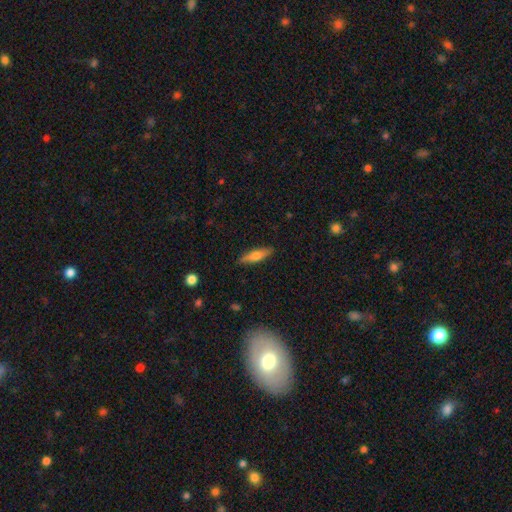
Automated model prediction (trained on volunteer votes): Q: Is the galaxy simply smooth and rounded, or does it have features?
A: smooth — 58%.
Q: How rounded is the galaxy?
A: cigar-shaped — 76%.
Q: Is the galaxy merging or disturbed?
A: none — 88%.